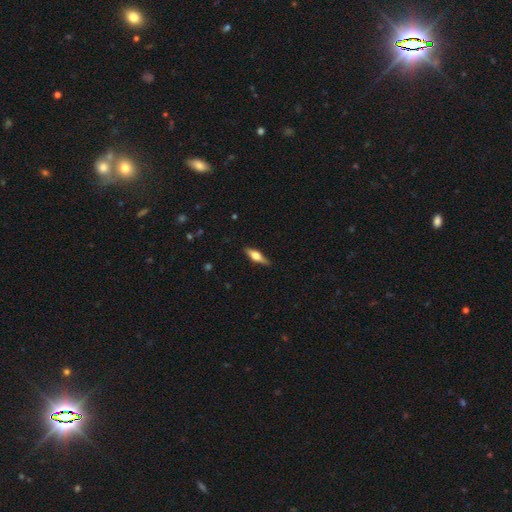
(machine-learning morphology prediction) Smooth or featured: featured or disk — 52% (smooth — 42%)
Edge-on disk: yes — 94% (no — 6%)
Merging: none — 85% (minor disturbance — 11%)